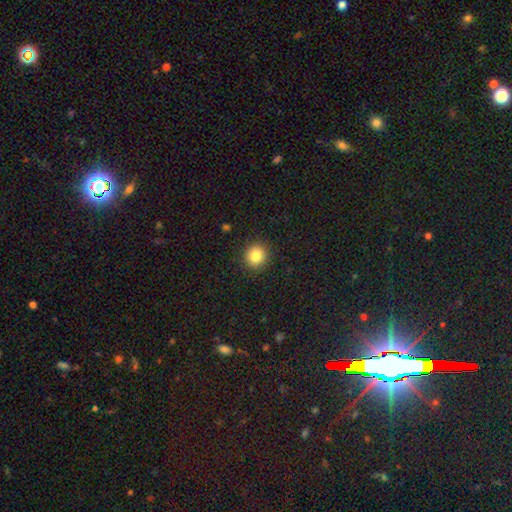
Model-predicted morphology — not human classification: Q: Smooth or featured?
A: smooth (83%); runner-up: star or artifact (11%)
Q: How rounded?
A: round (92%); runner-up: in between (7%)
Q: Merging?
A: none (92%); runner-up: minor disturbance (5%)